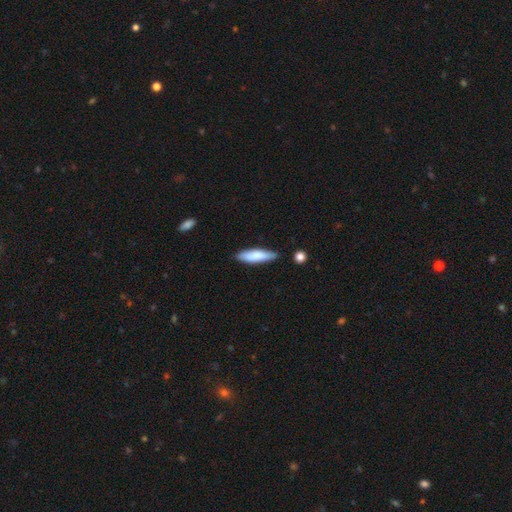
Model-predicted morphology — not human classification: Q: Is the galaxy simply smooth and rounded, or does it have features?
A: smooth — 80%.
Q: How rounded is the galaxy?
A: cigar-shaped — 68%.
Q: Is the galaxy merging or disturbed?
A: none — 81%.